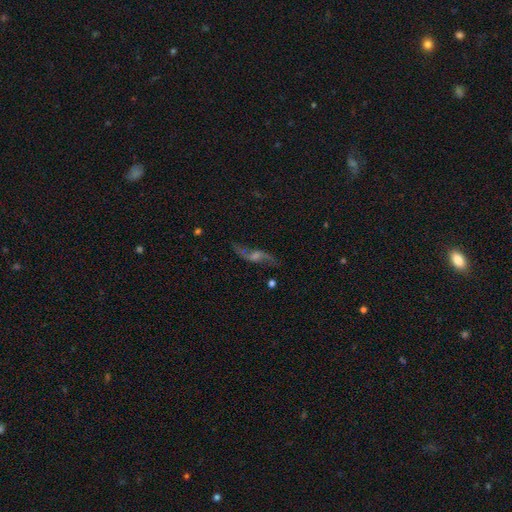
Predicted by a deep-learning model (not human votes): smooth-or-featured: featured or disk: 79% | smooth: 12% | star or artifact: 8%
  disk-edge-on: no: 90% | yes: 10%
    bar: no: 47% | weak: 41% | strong: 11%
    has-spiral-arms: yes: 92% | no: 8%
      spiral-winding: loose: 90% | medium: 8% | tight: 2%
      spiral-arm-count: 2: 92% | 1: 3% | can't tell: 2% | 3: 1% | 4: 1% | more than 4: 1%
    bulge-size: small: 37% | moderate: 31% | none: 23% | large: 7% | dominant: 2%
  merging: none: 68% | minor disturbance: 16% | major disturbance: 12% | merger: 4%